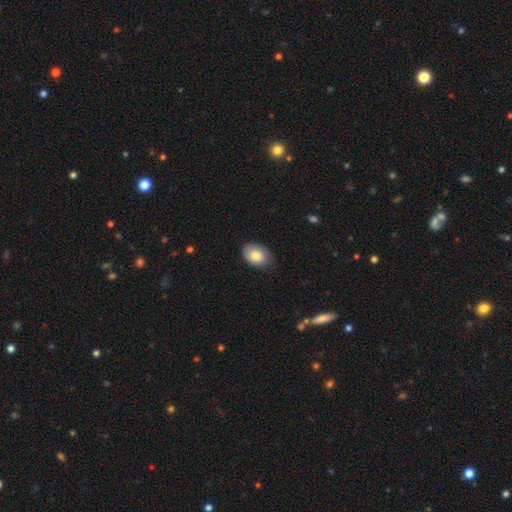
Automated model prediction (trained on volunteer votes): The model was most divided on "merging": none: 71%, minor disturbance: 24%, major disturbance: 4%, merger: 1%. More confident: smooth or featured — smooth (83%); how rounded — in between (78%).